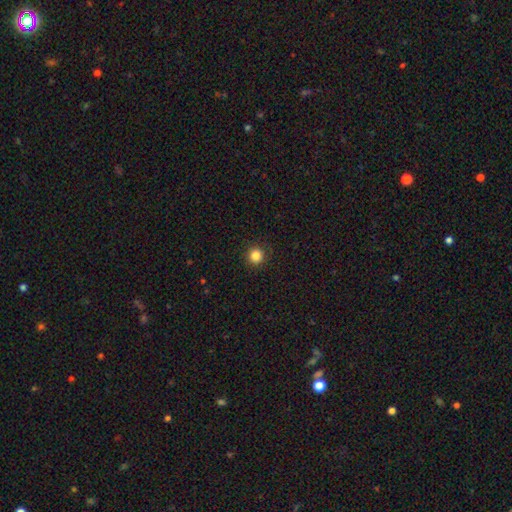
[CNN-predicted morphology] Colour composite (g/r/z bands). It shows a smooth galaxy with no disk features (84%) that is round (94%). Merging: none (91%).